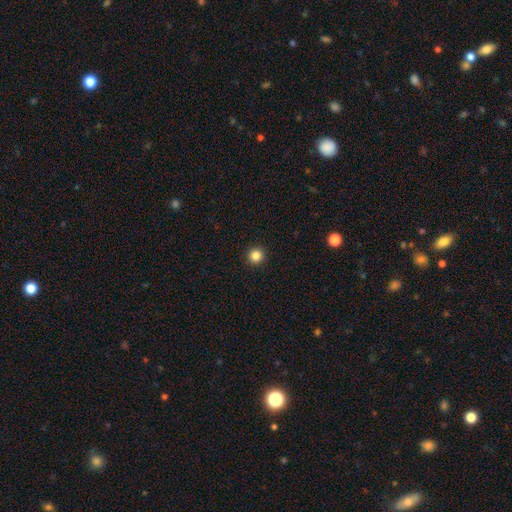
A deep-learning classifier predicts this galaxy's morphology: A smooth galaxy with no disk features (84%) that is round (95%). Merging: none (94%).